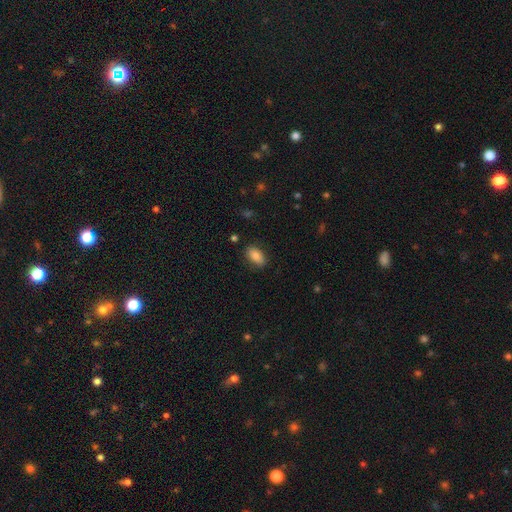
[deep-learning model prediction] Q: Smooth or featured?
A: smooth (82%); runner-up: featured or disk (10%)
Q: How rounded?
A: in between (91%); runner-up: round (6%)
Q: Merging?
A: none (83%); runner-up: minor disturbance (13%)